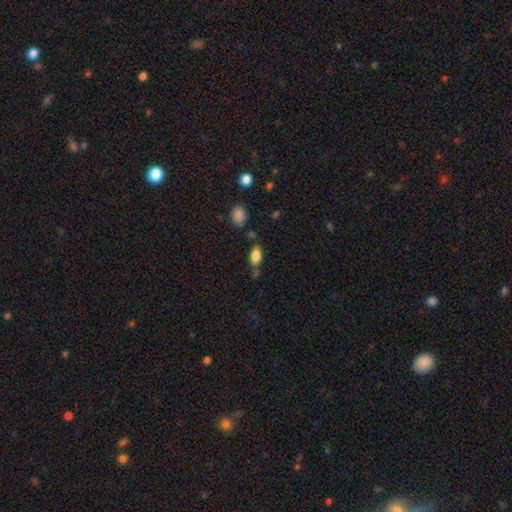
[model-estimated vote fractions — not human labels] smooth 82%, featured or disk 9%, star or artifact 8%. Down the decision tree: how rounded — in between (90%); merging — none (63%).